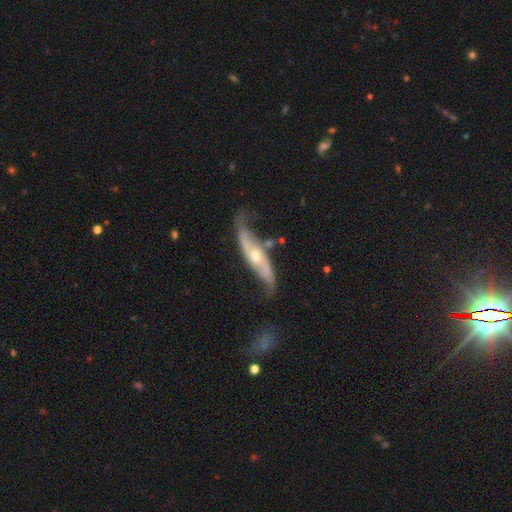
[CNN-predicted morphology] Smooth or featured? featured or disk (77%)
Edge-on disk? no (71%)
Bar? no (70%)
Spiral arms? yes (85%)
Bulge size? moderate (59%)
Merging? none (53%)